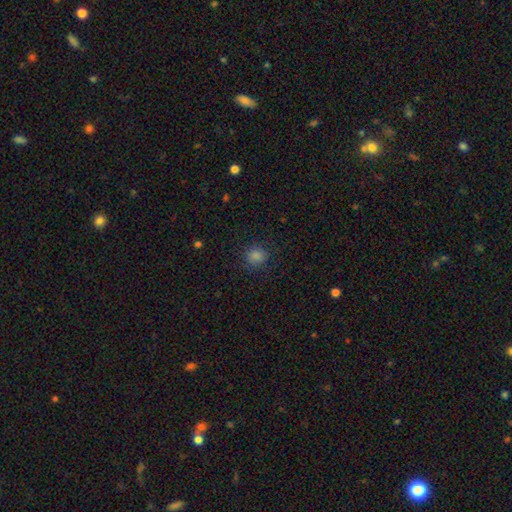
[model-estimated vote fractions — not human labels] A smooth galaxy with no disk features (81%) that is round (83%).

Vote fractions:
- Smooth or featured? smooth: 81% / star or artifact: 15% / featured or disk: 4%
- How rounded? round: 83% / in between: 16% / cigar-shaped: 1%
- Merging? none: 87% / minor disturbance: 9% / major disturbance: 3% / merger: 1%